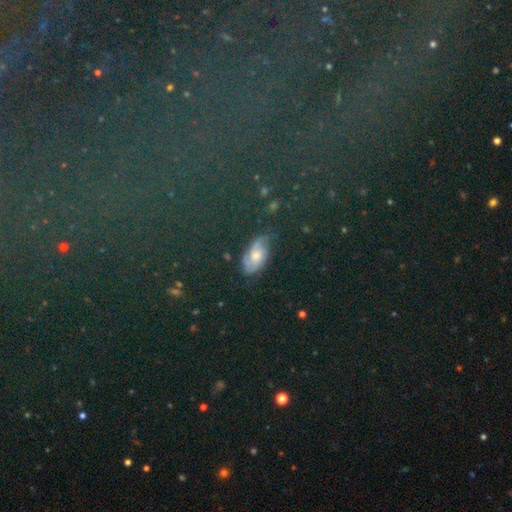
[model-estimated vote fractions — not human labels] Q: Smooth or featured?
A: featured or disk (46%); runner-up: smooth (32%)
Q: Merging?
A: none (65%); runner-up: minor disturbance (23%)